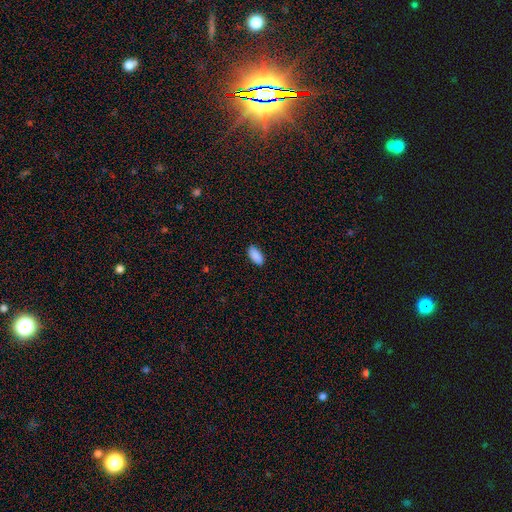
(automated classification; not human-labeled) Smooth or featured?
  - smooth: 90% *
  - star or artifact: 7%
  - featured or disk: 4%
How rounded?
  - in between: 93% *
  - cigar-shaped: 5%
  - round: 2%
Merging?
  - none: 87% *
  - minor disturbance: 10%
  - major disturbance: 2%
  - merger: 1%